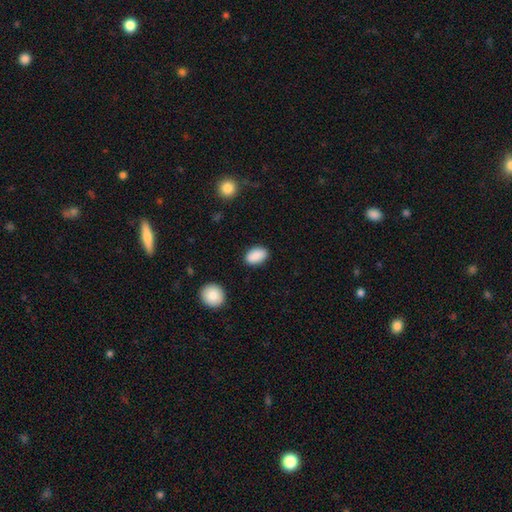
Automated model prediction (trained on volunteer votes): smooth 89%, star or artifact 7%, featured or disk 4%. Down the decision tree: how rounded — in between (89%); merging — none (86%).